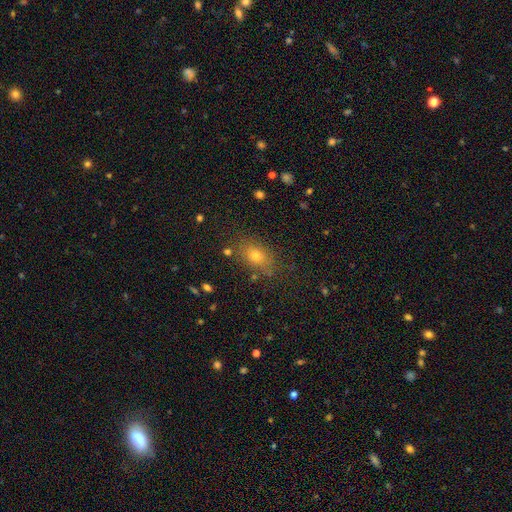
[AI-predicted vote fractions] Smooth or featured? smooth (71%)
How rounded? in between (73%)
Merging? none (80%)